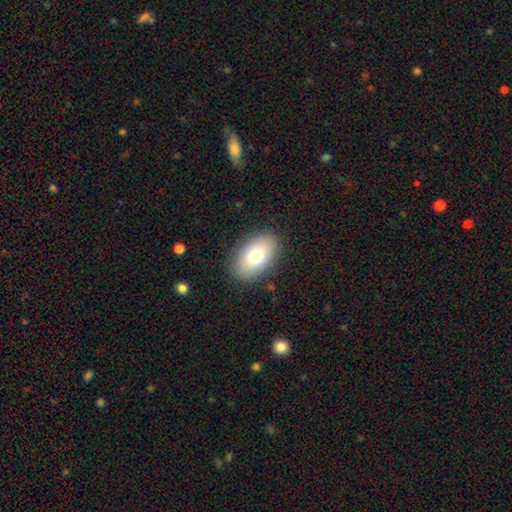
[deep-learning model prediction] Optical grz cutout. It shows a smooth galaxy with no disk features (76%) that is in between round and cigar-shaped (91%). Merging: none (87%).